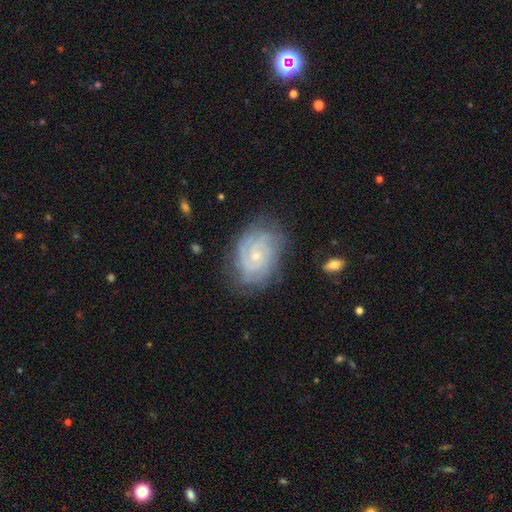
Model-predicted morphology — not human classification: This is clearly a featured or disk galaxy (82%). It is clearly not viewed edge-on (97%). Bar: likely no (72%). Spiral arm pattern: clearly yes (96%). Spiral arm count: marginally can't tell (32%). Spiral winding: likely tight (71%). Central bulge: likely small (73%). Merging: likely none (74%).